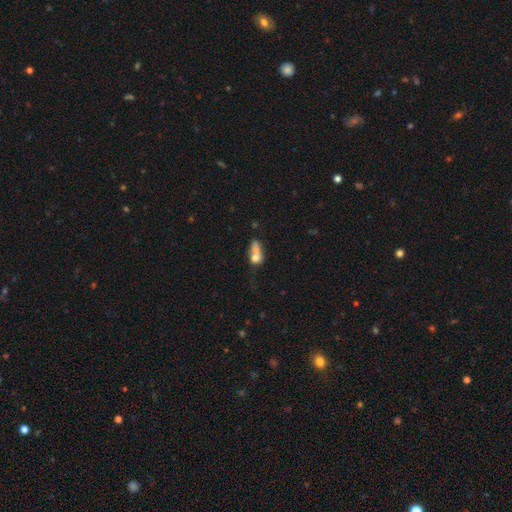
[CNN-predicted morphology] smooth_or_featured: smooth (p=0.64) [alt: featured or disk p=0.24]
how_rounded: in between (p=0.55) [alt: round p=0.30]
merging: merger (p=0.50) [alt: none p=0.23]